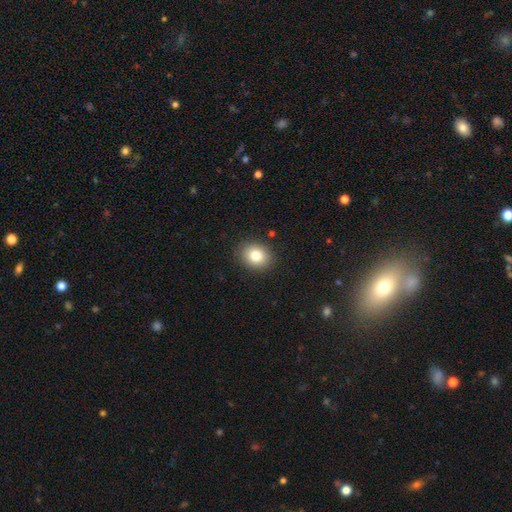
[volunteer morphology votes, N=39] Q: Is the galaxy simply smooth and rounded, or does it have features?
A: smooth — 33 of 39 (85%).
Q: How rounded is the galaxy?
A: in between — 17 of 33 (52%).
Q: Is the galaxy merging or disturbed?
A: none — 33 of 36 (92%).